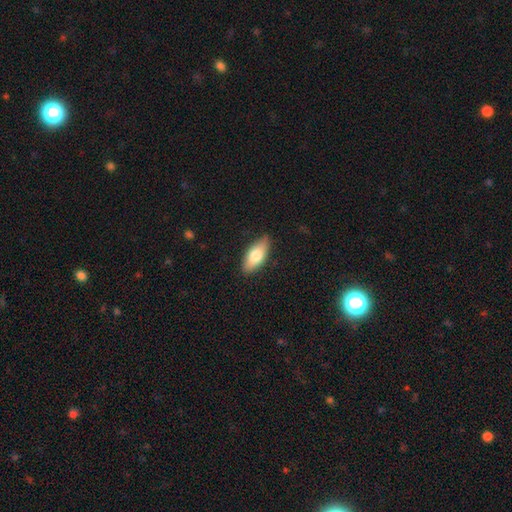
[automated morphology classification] Smooth or featured? Predicted: smooth (p=0.73). How rounded? Predicted: in between (p=0.84). Merging? Predicted: none (p=0.84).